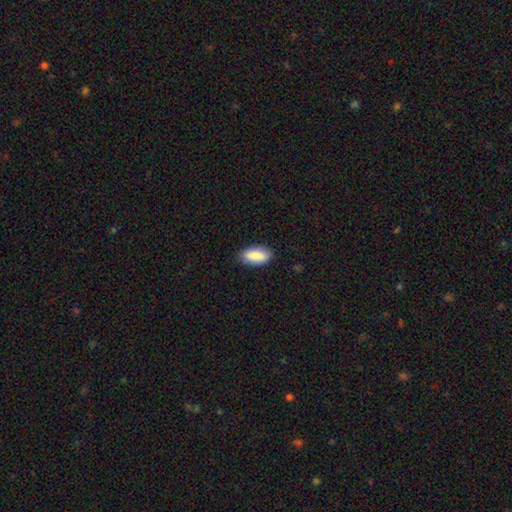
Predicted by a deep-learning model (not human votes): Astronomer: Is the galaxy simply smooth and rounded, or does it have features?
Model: smooth — 85%.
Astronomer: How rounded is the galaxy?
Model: in between — 89%.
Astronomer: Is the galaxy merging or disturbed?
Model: none — 85%.